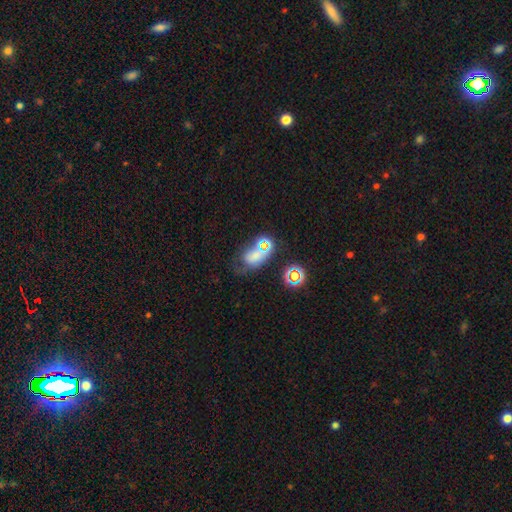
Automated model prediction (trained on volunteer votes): A smooth galaxy with no disk features (55%) that is in between round and cigar-shaped (78%). Merging: none (35%).